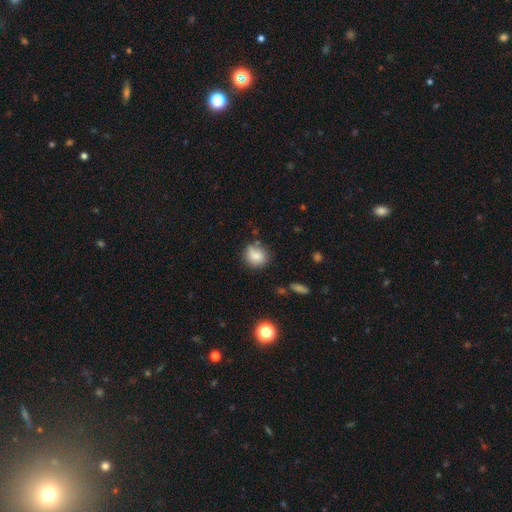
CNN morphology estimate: type=smooth (83%); roundness=round (77%); merging=none (66%).